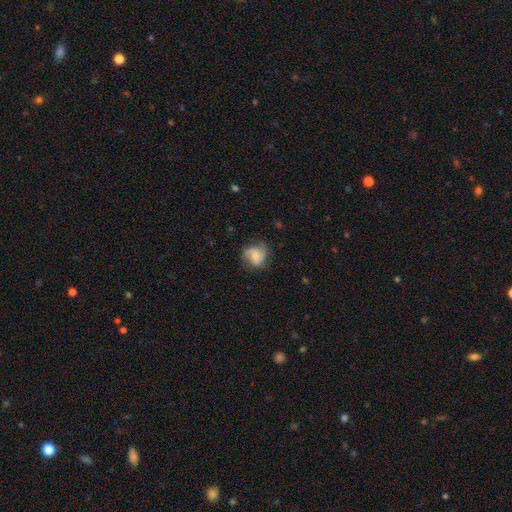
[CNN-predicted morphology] Smooth or featured?
  - featured or disk: 48% *
  - smooth: 44%
  - star or artifact: 8%
Merging?
  - none: 63% *
  - minor disturbance: 24%
  - major disturbance: 12%
  - merger: 1%